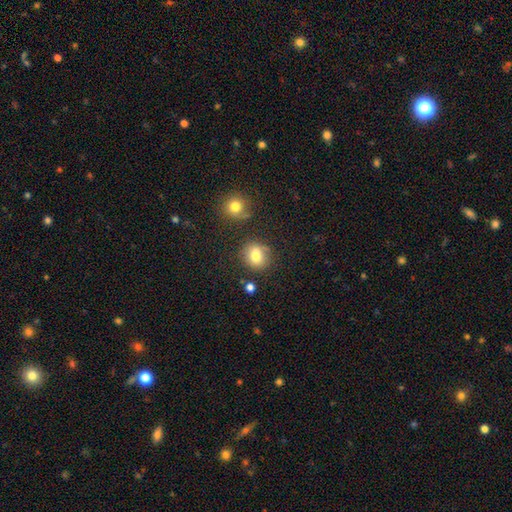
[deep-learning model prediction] Smooth or featured: smooth — 78% (featured or disk — 11%)
How rounded: round — 72% (in between — 26%)
Merging: none — 74% (minor disturbance — 14%)